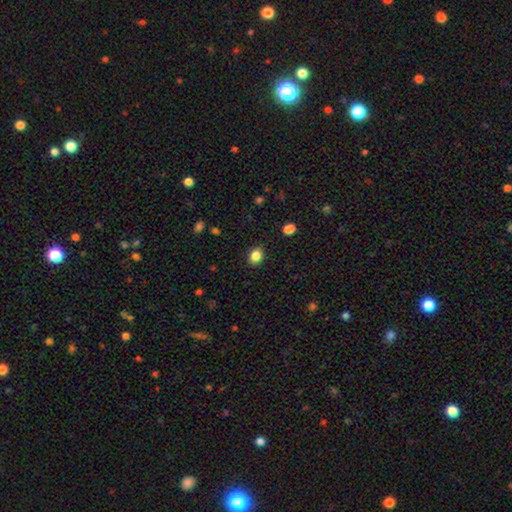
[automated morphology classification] The model was most divided on "how rounded": round: 51%, in between: 48%, cigar-shaped: 1%. More confident: merging — none (88%); smooth or featured — smooth (85%).